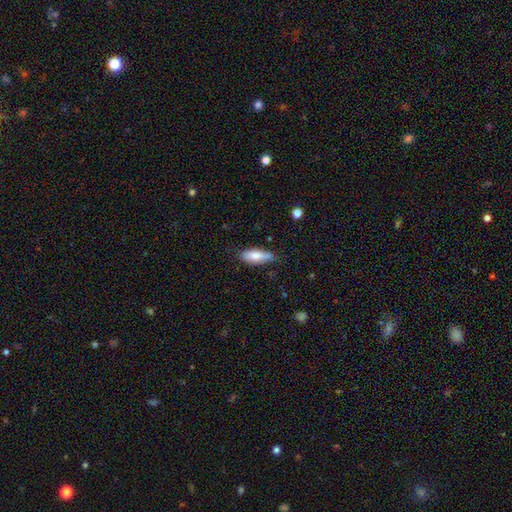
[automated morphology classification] This is likely a smooth galaxy (74%). How rounded: likely in between (66%). Merging: likely none (70%).